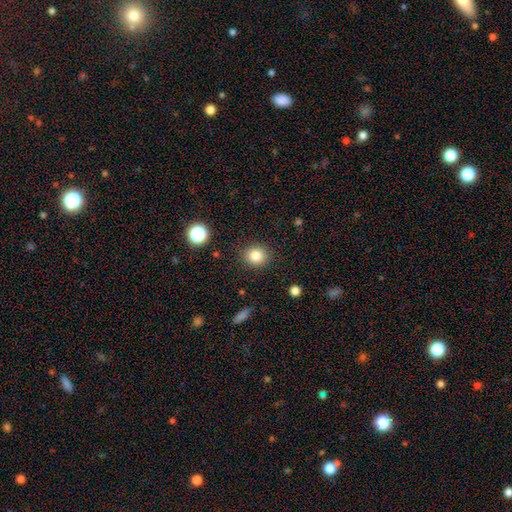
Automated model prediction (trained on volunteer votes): The model was most divided on "how rounded": round: 84%, in between: 15%, cigar-shaped: 1%. More confident: merging — none (89%); smooth or featured — smooth (83%).